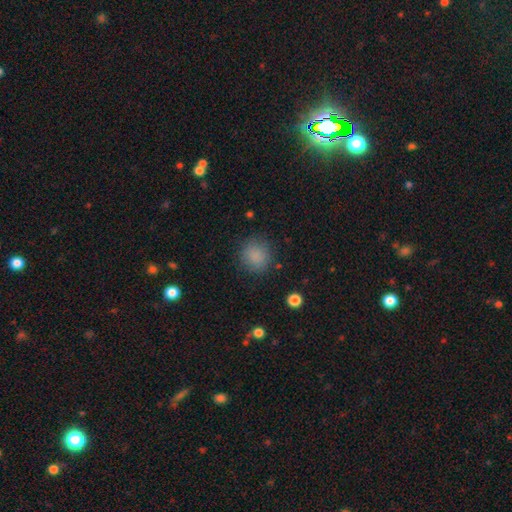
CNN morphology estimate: Smooth or featured: smooth — 85% (star or artifact — 10%)
How rounded: round — 88% (in between — 11%)
Merging: none — 85% (minor disturbance — 10%)